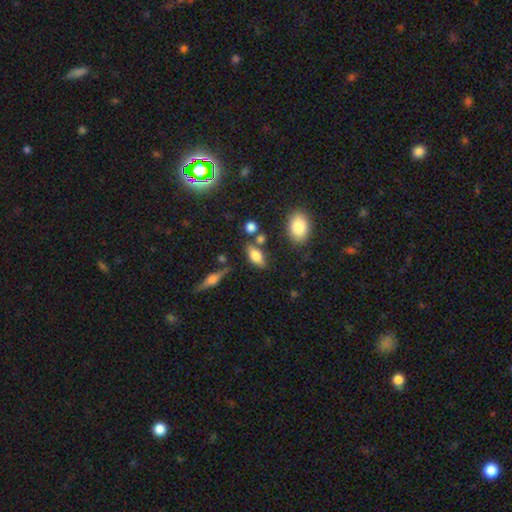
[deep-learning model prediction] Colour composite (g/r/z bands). It shows a smooth galaxy with no disk features (68%) that is in between round and cigar-shaped (80%). Merging: none (72%).